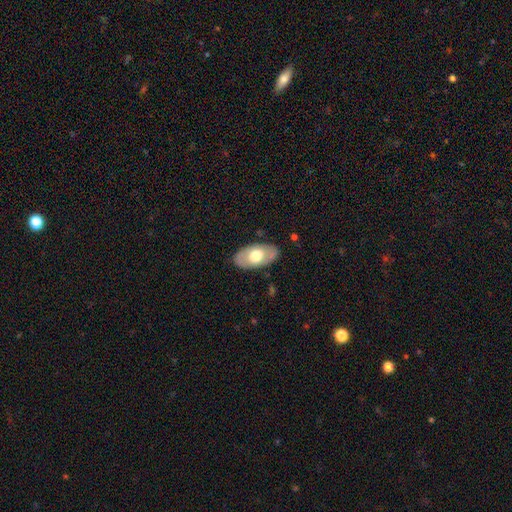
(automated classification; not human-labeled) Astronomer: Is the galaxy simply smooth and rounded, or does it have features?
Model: smooth — 57% (runner-up: featured or disk, 38%).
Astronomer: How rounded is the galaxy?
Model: in between — 94%.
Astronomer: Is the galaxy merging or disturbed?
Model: none — 83%.